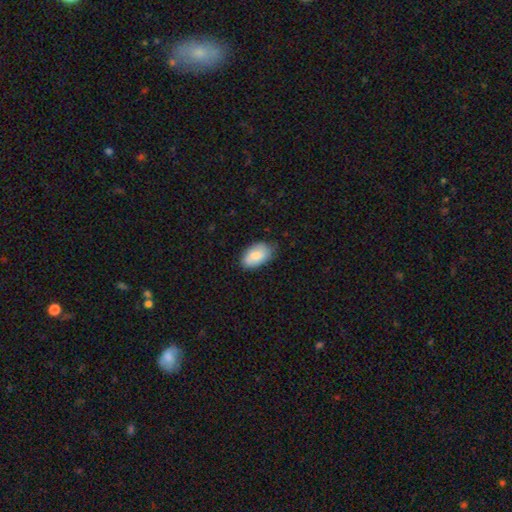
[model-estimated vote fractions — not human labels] Smooth or featured? smooth (83%)
How rounded? in between (93%)
Merging? none (76%)